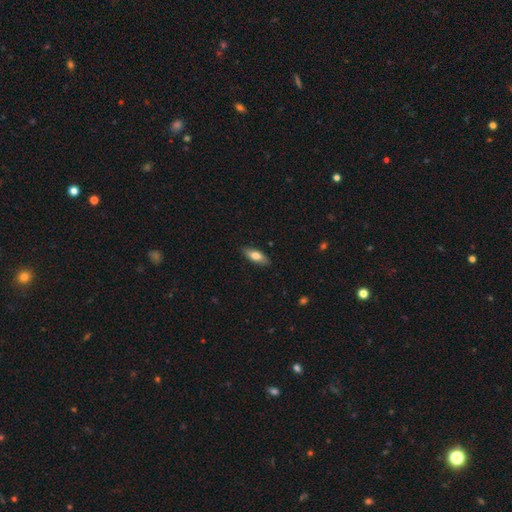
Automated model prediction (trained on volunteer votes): smooth-or-featured: smooth: 74% | featured or disk: 20% | star or artifact: 6%
  how-rounded: in between: 70% | cigar-shaped: 27% | round: 2%
  merging: none: 86% | minor disturbance: 11% | major disturbance: 2% | merger: 1%